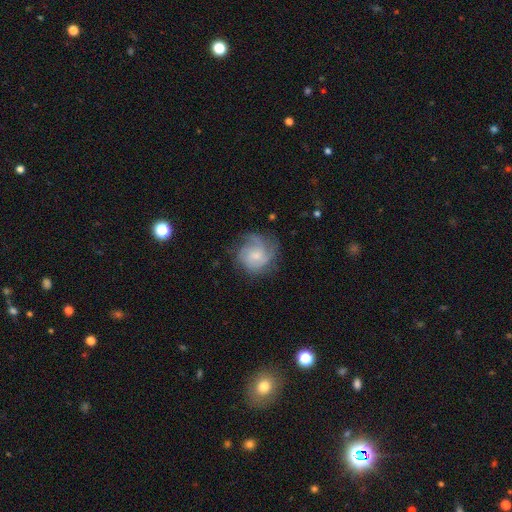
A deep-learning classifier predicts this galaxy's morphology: Smooth or featured? Predicted: featured or disk (p=0.68). Edge-on disk? Predicted: no (p=0.98). Bar? Predicted: no (p=0.69). Spiral arms? Predicted: yes (p=0.92). Spiral winding? Predicted: tight (p=0.46). Spiral arm count? Predicted: 3 (p=0.32). Bulge size? Predicted: small (p=0.52). Merging? Predicted: none (p=0.63).